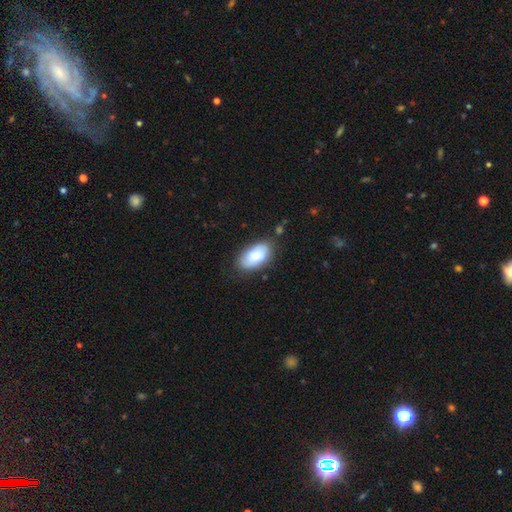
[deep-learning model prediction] Smooth or featured?
  - smooth: 76% *
  - featured or disk: 17%
  - star or artifact: 6%
How rounded?
  - in between: 94% *
  - round: 4%
  - cigar-shaped: 2%
Merging?
  - none: 76% *
  - minor disturbance: 18%
  - major disturbance: 4%
  - merger: 2%